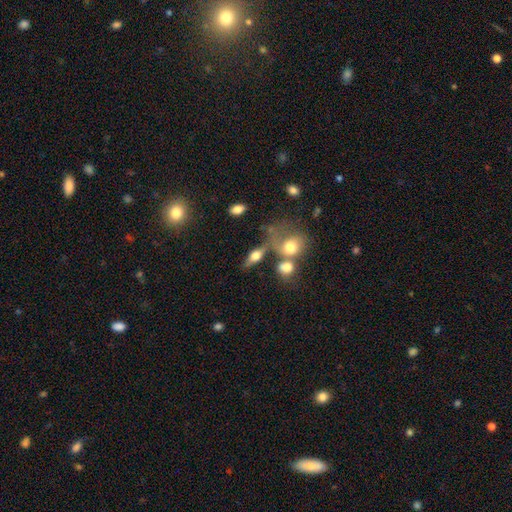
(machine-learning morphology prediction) Overall: smooth (49%; featured or disk 41%). Merging: none (51%; merger 23%).